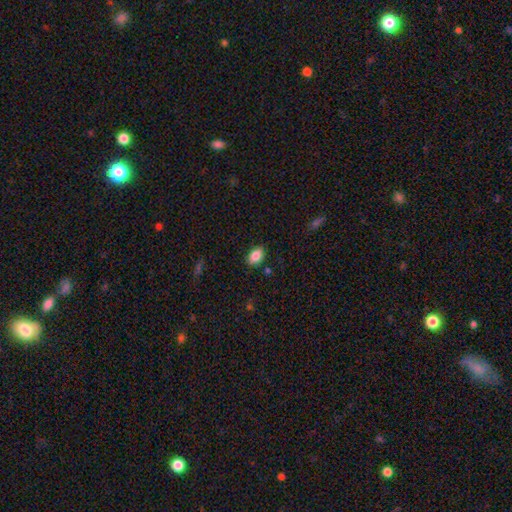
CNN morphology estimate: smooth 85%, star or artifact 8%, featured or disk 7%. Down the decision tree: how rounded — in between (85%); merging — none (84%).